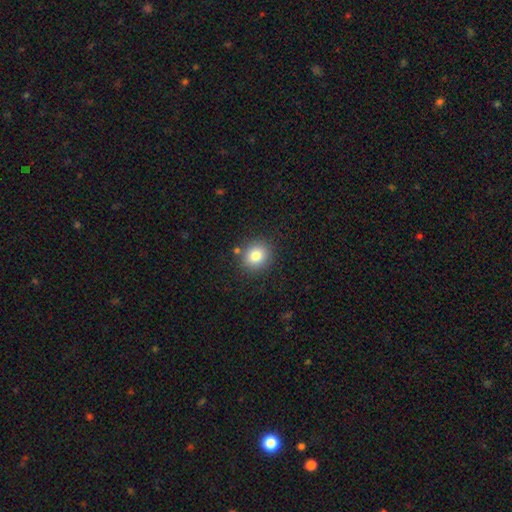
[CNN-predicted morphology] A smooth galaxy with no disk features (82%) that is round (81%). Merging: none (85%).